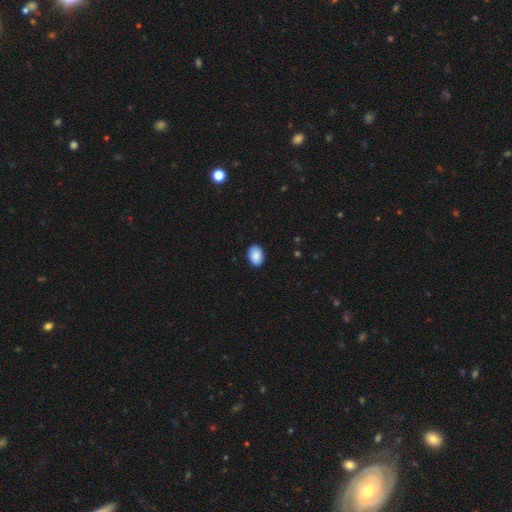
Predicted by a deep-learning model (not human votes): smooth-or-featured: smooth: 90% | star or artifact: 7% | featured or disk: 4%
  how-rounded: in between: 84% | round: 15% | cigar-shaped: 1%
  merging: none: 89% | minor disturbance: 8% | major disturbance: 2% | merger: 1%